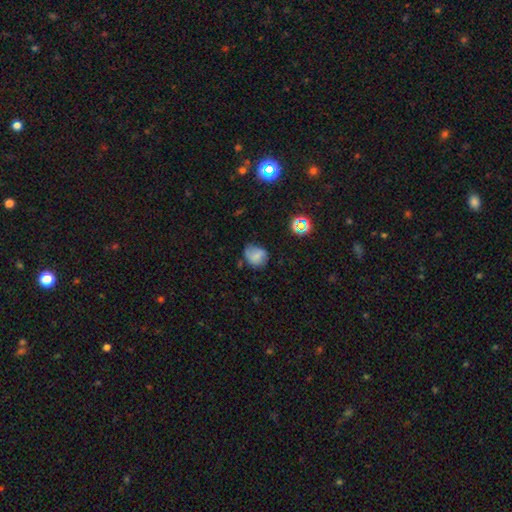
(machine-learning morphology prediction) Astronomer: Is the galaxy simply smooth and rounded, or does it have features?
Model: smooth — 66%.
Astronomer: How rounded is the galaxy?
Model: round — 64%.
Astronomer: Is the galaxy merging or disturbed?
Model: none — 53% (runner-up: minor disturbance, 34%).